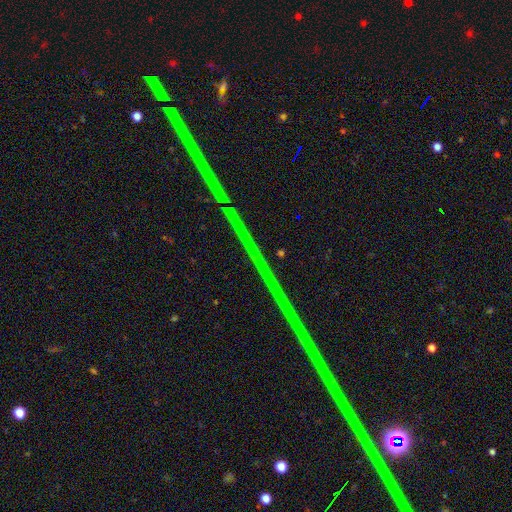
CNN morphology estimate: Q: Smooth or featured?
A: star or artifact (89%); runner-up: featured or disk (7%)